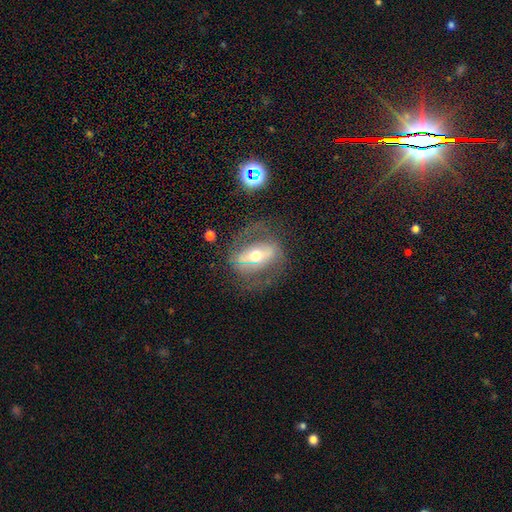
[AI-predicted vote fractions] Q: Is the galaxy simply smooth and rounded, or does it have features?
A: featured or disk — 69%.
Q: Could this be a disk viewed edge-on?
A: no — 87%.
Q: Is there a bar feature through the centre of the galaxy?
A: strong — 52%.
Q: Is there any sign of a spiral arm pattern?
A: yes — 54%.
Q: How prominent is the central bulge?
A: moderate — 67%.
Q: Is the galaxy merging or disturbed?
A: none — 62%.